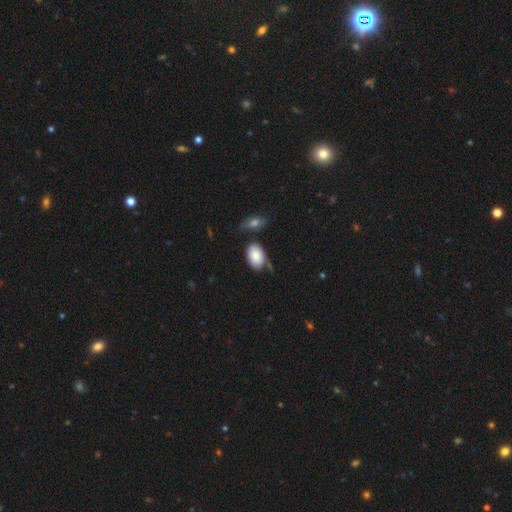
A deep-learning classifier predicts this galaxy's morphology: Smooth or featured? Predicted: smooth (p=0.84). How rounded? Predicted: in between (p=0.88). Merging? Predicted: none (p=0.53).